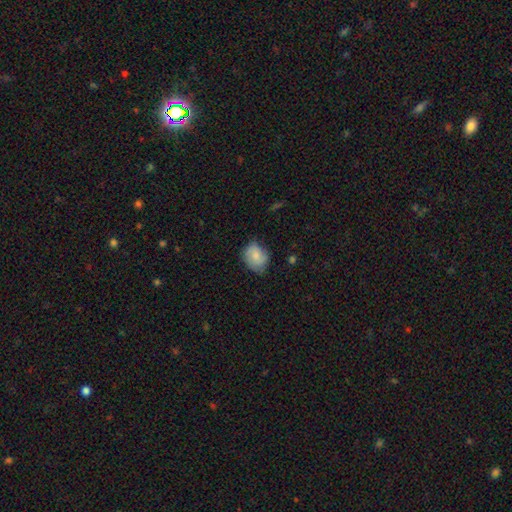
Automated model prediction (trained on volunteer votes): smooth-or-featured: smooth: 74% | featured or disk: 19% | star or artifact: 7%
  how-rounded: in between: 55% | round: 44% | cigar-shaped: 1%
  merging: none: 62% | minor disturbance: 30% | major disturbance: 7% | merger: 1%